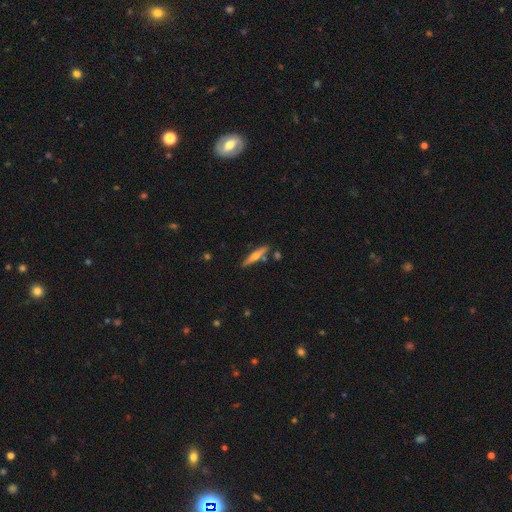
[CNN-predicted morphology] featured or disk 57%, smooth 37%, star or artifact 6%. Down the decision tree: edge-on disk — yes (96%); edge-on bulge — rounded (88%); merging — none (82%).